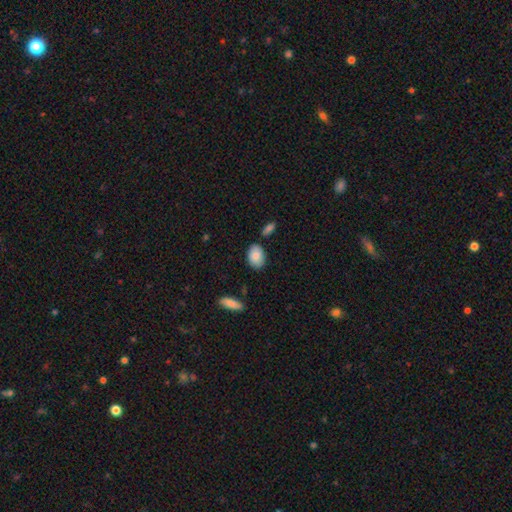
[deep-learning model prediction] Smooth or featured? smooth (85%)
How rounded? in between (89%)
Merging? none (79%)